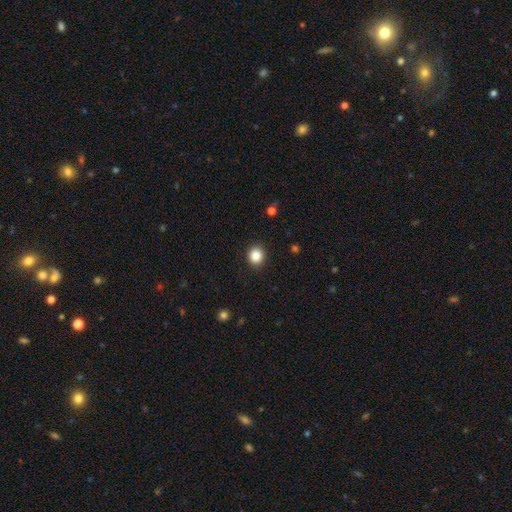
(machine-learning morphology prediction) Q: Smooth or featured?
A: smooth (86%); runner-up: star or artifact (10%)
Q: How rounded?
A: round (81%); runner-up: in between (18%)
Q: Merging?
A: none (91%); runner-up: minor disturbance (6%)